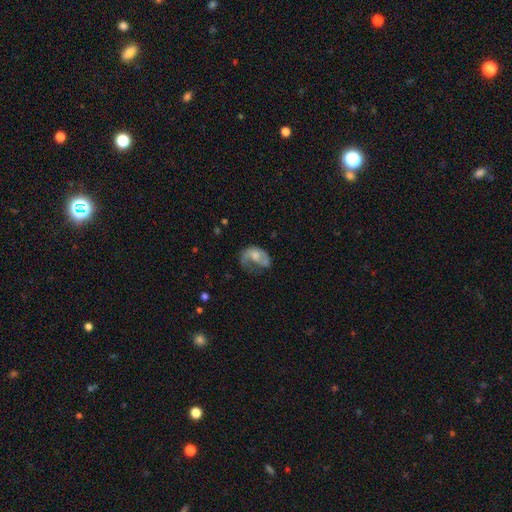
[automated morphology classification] A featured or disk galaxy (51%). Merging: major disturbance (48%).